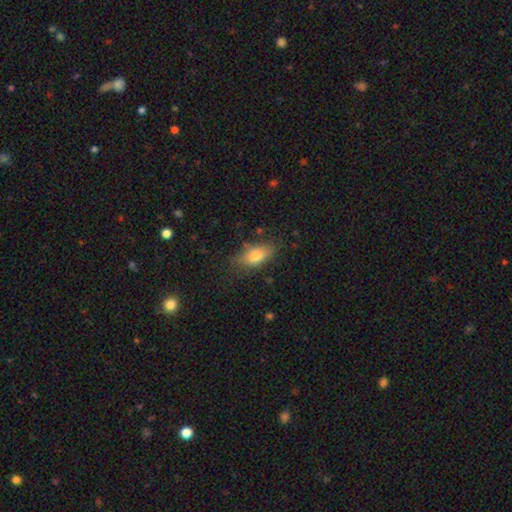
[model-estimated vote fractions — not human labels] smooth_or_featured: smooth (p=0.78) [alt: featured or disk p=0.14]
how_rounded: in between (p=0.87) [alt: cigar-shaped p=0.07]
merging: none (p=0.68) [alt: minor disturbance p=0.23]